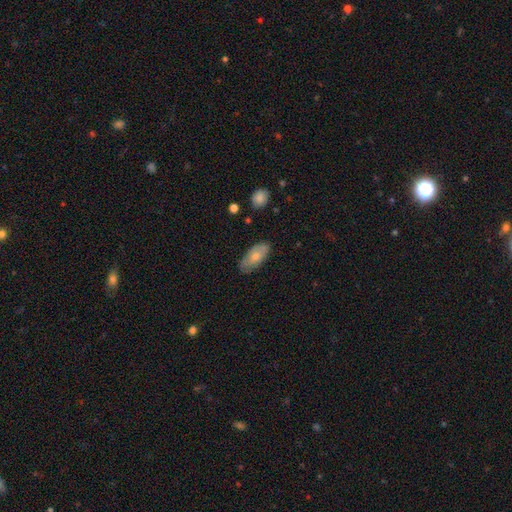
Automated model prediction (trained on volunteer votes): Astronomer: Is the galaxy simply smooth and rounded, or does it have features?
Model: smooth — 63%.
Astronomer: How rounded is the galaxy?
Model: in between — 90%.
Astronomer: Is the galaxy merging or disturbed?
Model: none — 76%.